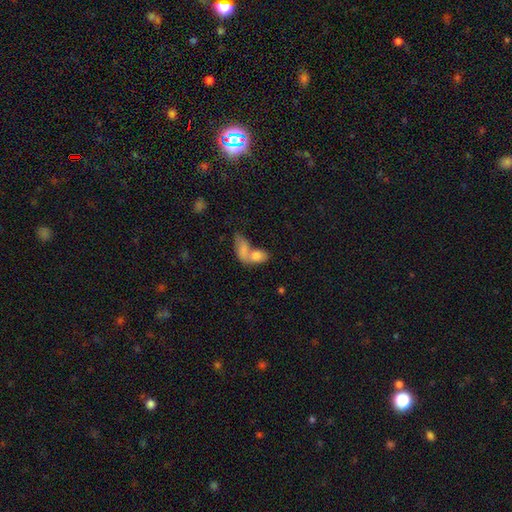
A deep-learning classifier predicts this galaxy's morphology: smooth-or-featured: smooth: 79% | featured or disk: 13% | star or artifact: 8%
  how-rounded: in between: 85% | round: 11% | cigar-shaped: 4%
  merging: merger: 68% | none: 19% | minor disturbance: 7% | major disturbance: 6%